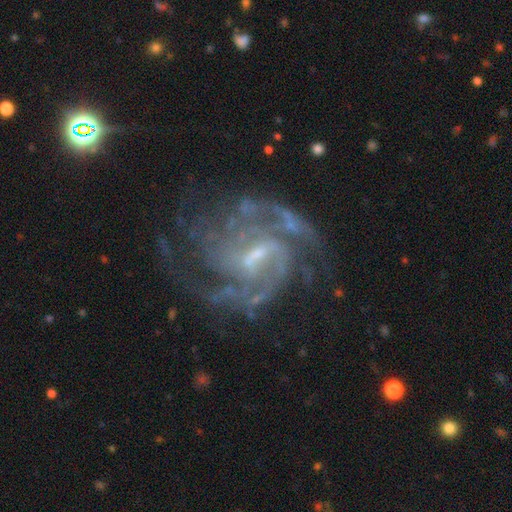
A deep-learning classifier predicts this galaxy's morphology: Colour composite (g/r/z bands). It shows a featured or disk galaxy (89%) with a weak bar (58%), 3 (24%, tied with can't tell) medium (47%) spiral arms (96%) and a small central bulge (59%). Merging: none (60%).